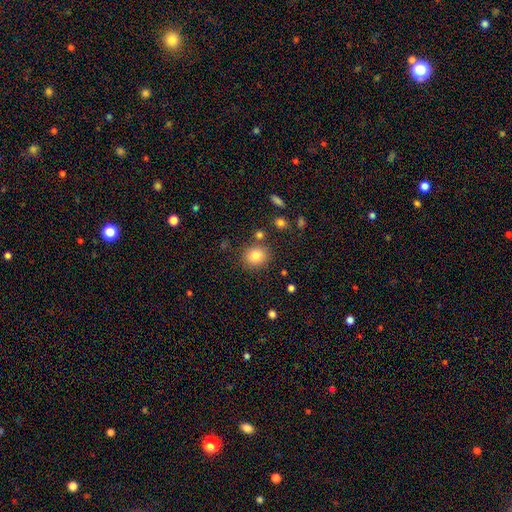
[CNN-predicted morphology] Smooth or featured? smooth (81%)
How rounded? round (77%)
Merging? none (81%)